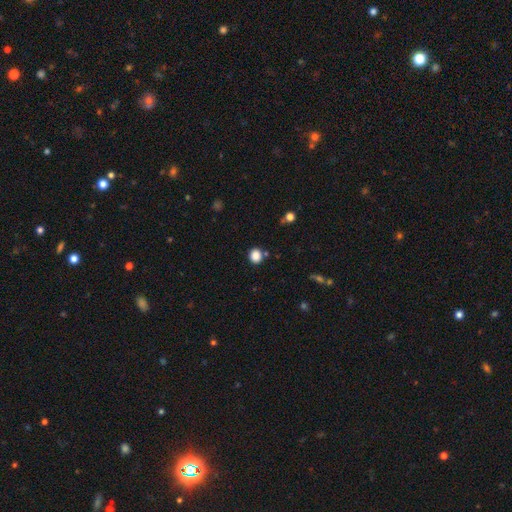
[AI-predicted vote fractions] Smooth or featured? smooth (86%)
How rounded? round (76%)
Merging? none (83%)